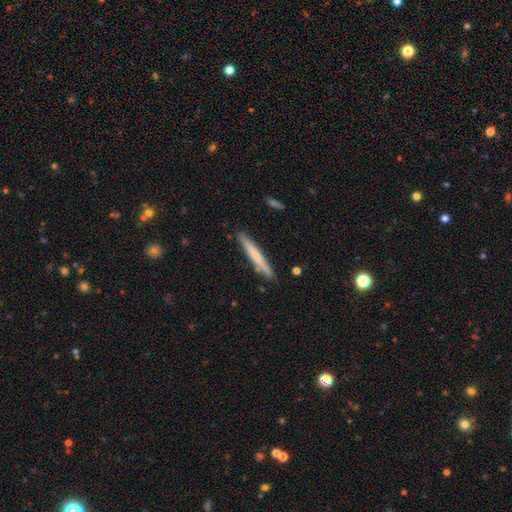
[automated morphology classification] smooth_or_featured: smooth (p=0.63) [alt: featured or disk p=0.32]
how_rounded: cigar-shaped (p=0.96) [alt: in between p=0.03]
merging: none (p=0.88) [alt: minor disturbance p=0.09]